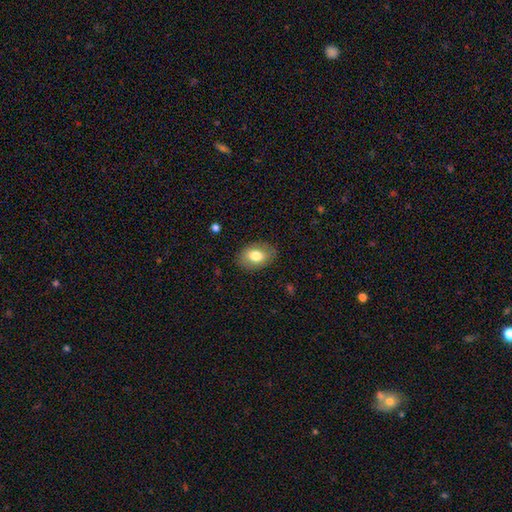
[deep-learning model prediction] smooth_or_featured: smooth (p=0.78) [alt: featured or disk p=0.15]
how_rounded: in between (p=0.81) [alt: round p=0.18]
merging: none (p=0.85) [alt: minor disturbance p=0.11]